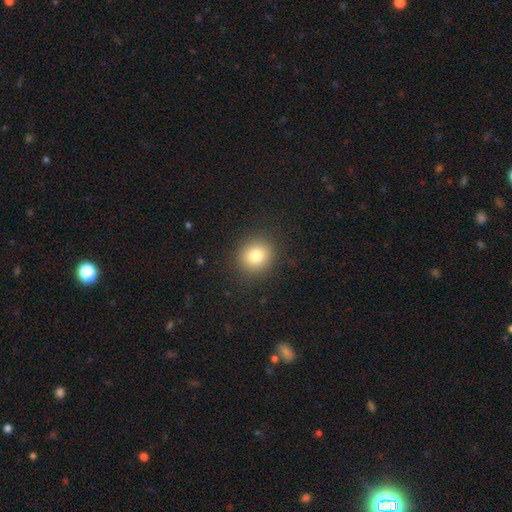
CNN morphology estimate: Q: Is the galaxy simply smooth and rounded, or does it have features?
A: smooth — 80%.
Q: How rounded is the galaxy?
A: round — 87%.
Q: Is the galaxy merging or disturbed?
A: none — 90%.